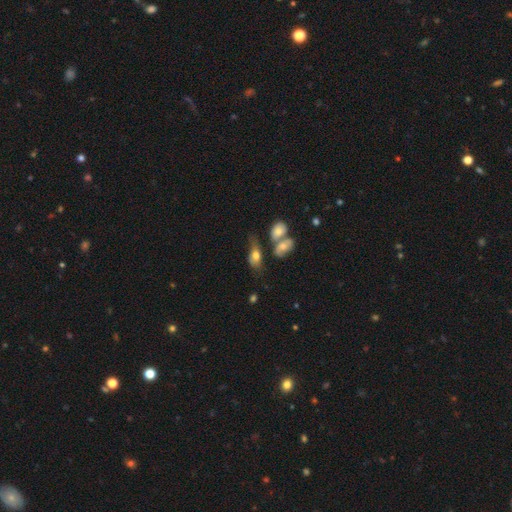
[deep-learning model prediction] Smooth or featured: smooth — 67% (featured or disk — 24%)
How rounded: in between — 85% (round — 9%)
Merging: none — 33% (merger — 30%)